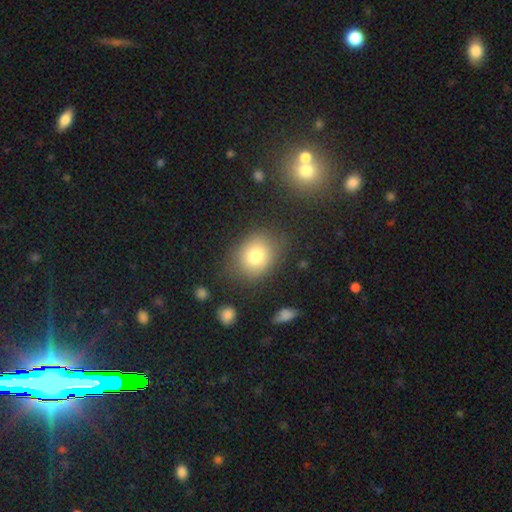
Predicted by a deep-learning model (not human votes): The model was most divided on "how rounded": round: 57%, in between: 42%, cigar-shaped: 1%. More confident: merging — none (78%); smooth or featured — smooth (77%).